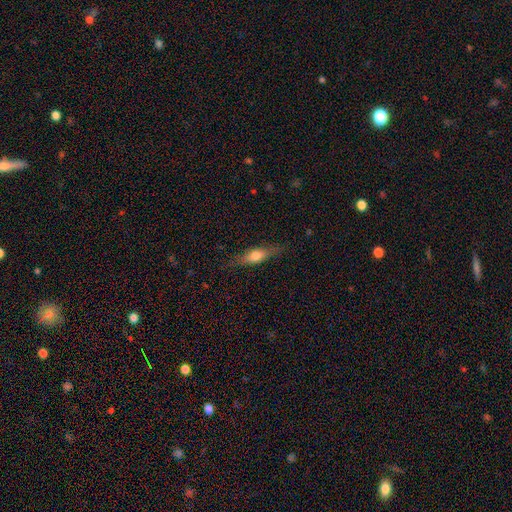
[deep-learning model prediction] smooth_or_featured: smooth (p=0.56) [alt: featured or disk p=0.37]
how_rounded: cigar-shaped (p=0.53) [alt: in between p=0.43]
merging: none (p=0.81) [alt: minor disturbance p=0.14]